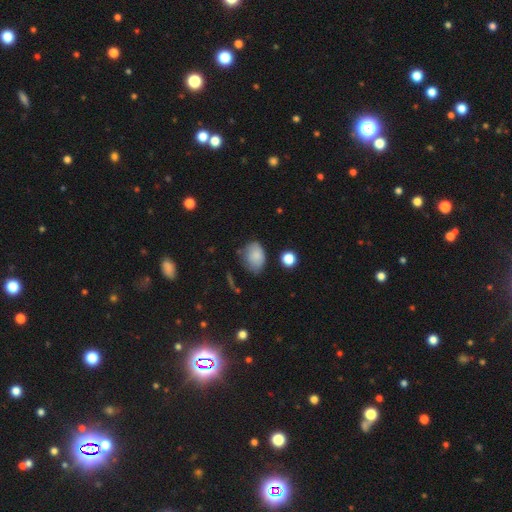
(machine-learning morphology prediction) This appears to be a smooth galaxy with no disk features (82%) that is in between round and cigar-shaped (78%). Merging: none (59%).